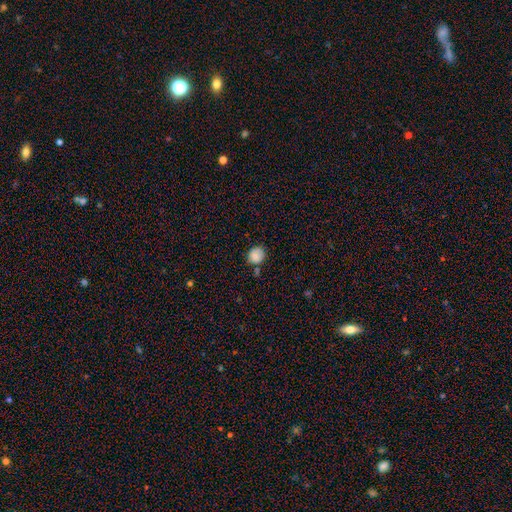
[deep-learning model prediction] The model was most divided on "merging": none: 70%, minor disturbance: 20%, merger: 6%, major disturbance: 4%. More confident: how rounded — round (82%); smooth or featured — smooth (78%).